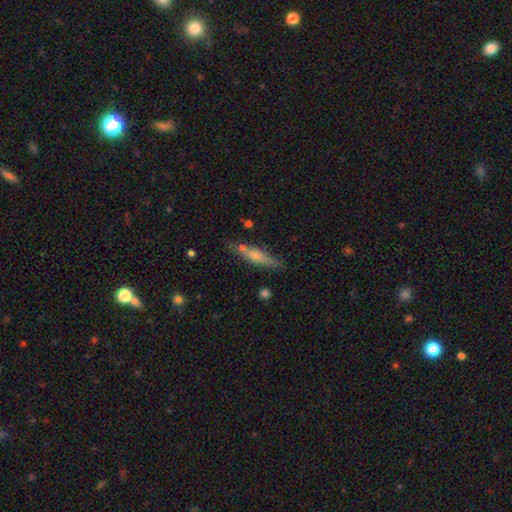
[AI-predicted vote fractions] This appears to be a smooth galaxy with no disk features (59%) that is cigar-shaped (79%). Merging: none (70%).